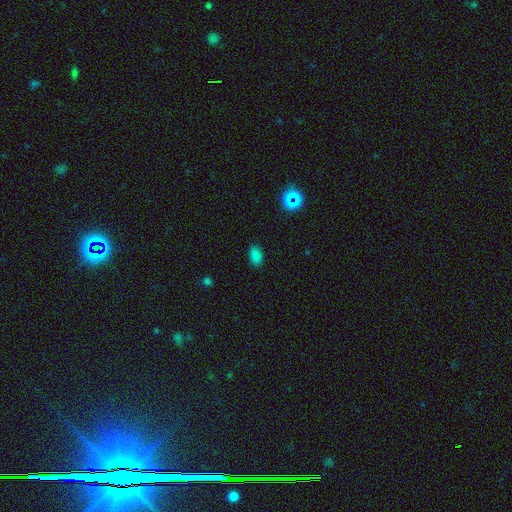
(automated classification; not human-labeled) Smooth or featured? Predicted: smooth (p=0.80). How rounded? Predicted: in between (p=0.88). Merging? Predicted: none (p=0.85).